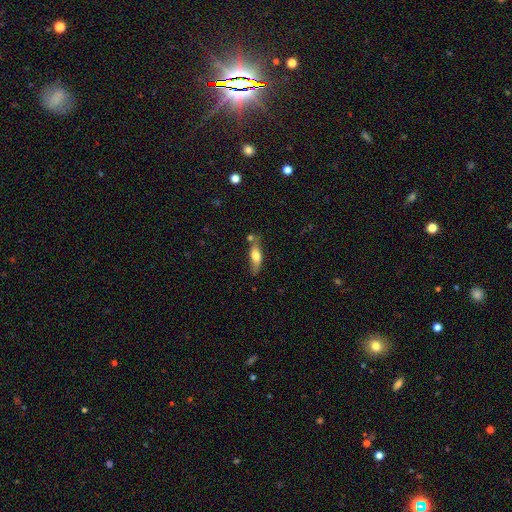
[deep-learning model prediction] smooth 61%, featured or disk 32%, star or artifact 7%. Down the decision tree: how rounded — in between (51%); merging — none (61%).